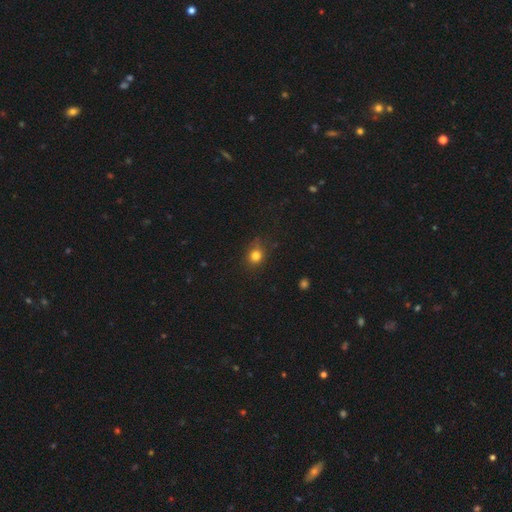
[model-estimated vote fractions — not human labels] smooth-or-featured: smooth: 79% | star or artifact: 14% | featured or disk: 7%
  how-rounded: round: 75% | in between: 24% | cigar-shaped: 1%
  merging: none: 73% | minor disturbance: 20% | major disturbance: 5% | merger: 2%